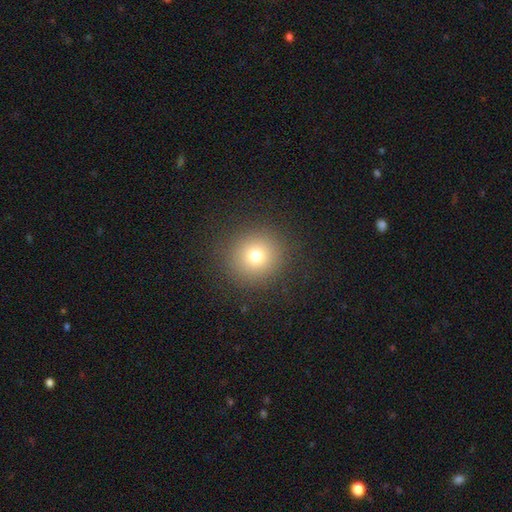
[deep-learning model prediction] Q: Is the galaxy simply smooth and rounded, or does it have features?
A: smooth — 76%.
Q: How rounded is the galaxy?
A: round — 93%.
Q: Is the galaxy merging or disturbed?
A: none — 90%.